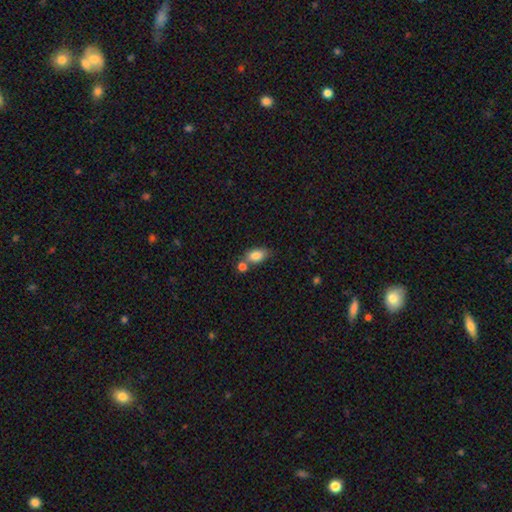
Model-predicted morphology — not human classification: smooth-or-featured: smooth: 84% | star or artifact: 8% | featured or disk: 8%
  how-rounded: in between: 85% | round: 12% | cigar-shaped: 3%
  merging: none: 52% | merger: 30% | minor disturbance: 14% | major disturbance: 4%